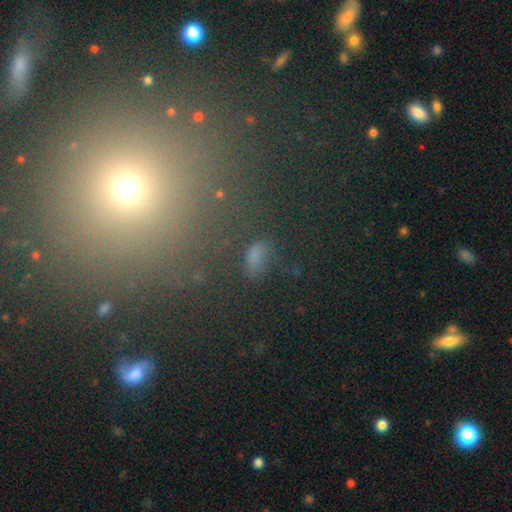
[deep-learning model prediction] smooth_or_featured: smooth (p=0.61) [alt: star or artifact p=0.29]
how_rounded: in between (p=0.84) [alt: round p=0.09]
merging: none (p=0.65) [alt: minor disturbance p=0.19]